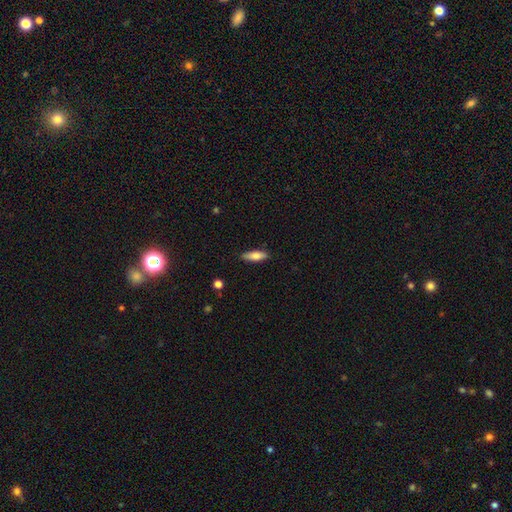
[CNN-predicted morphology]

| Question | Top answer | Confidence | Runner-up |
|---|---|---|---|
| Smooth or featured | smooth | 73% | featured or disk (21%) |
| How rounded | in between | 53% | cigar-shaped (45%) |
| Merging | none | 87% | minor disturbance (10%) |